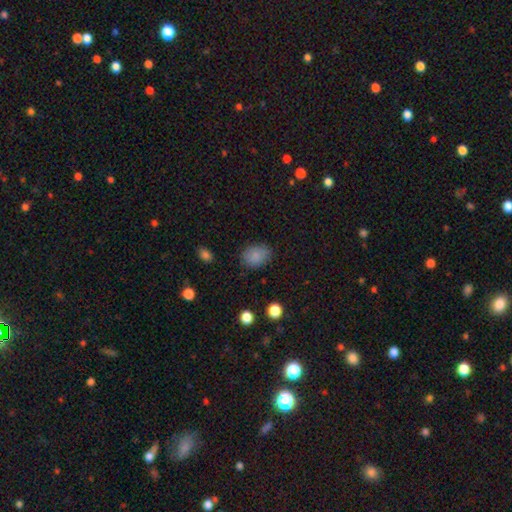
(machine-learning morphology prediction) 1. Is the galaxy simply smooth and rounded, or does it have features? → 85% smooth, 9% star or artifact, 6% featured or disk.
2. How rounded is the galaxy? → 71% in between, 28% round, 1% cigar-shaped.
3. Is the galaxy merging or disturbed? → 81% none, 14% minor disturbance, 4% major disturbance, 1% merger.